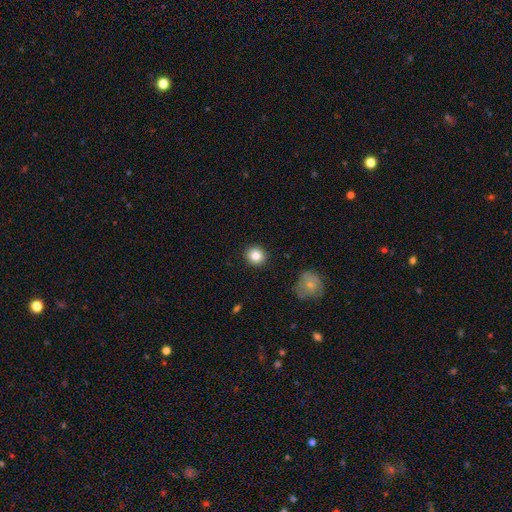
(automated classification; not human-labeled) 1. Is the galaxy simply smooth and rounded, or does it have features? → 84% smooth, 10% star or artifact, 6% featured or disk.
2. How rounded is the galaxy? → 89% round, 10% in between, 1% cigar-shaped.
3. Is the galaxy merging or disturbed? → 91% none, 6% minor disturbance, 2% major disturbance, 1% merger.